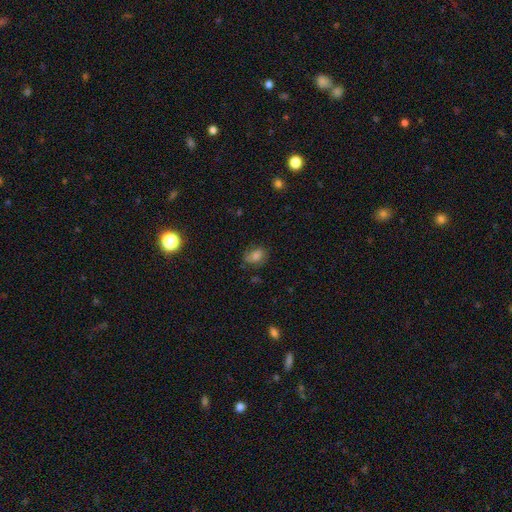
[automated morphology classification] type=smooth (69%); roundness=in between (69%); merging=none (67%).